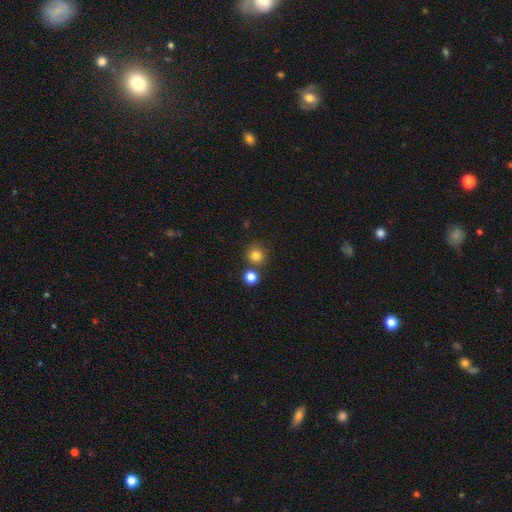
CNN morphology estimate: smooth-or-featured: smooth: 81% | star or artifact: 13% | featured or disk: 6%
  how-rounded: round: 92% | in between: 7% | cigar-shaped: 1%
  merging: none: 73% | merger: 15% | minor disturbance: 8% | major disturbance: 3%